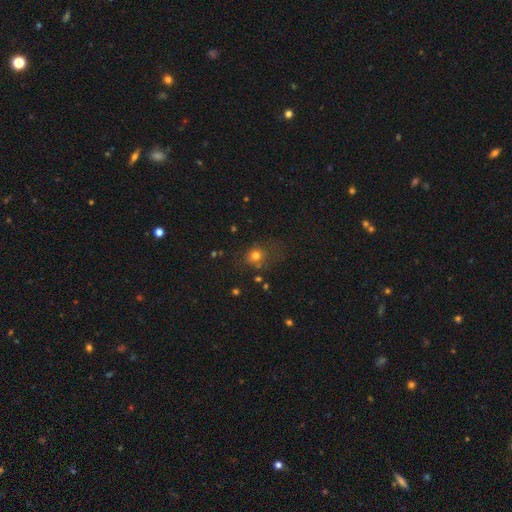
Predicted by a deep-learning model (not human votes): A smooth galaxy with no disk features (73%) that is round (72%). Merging: none (61%).